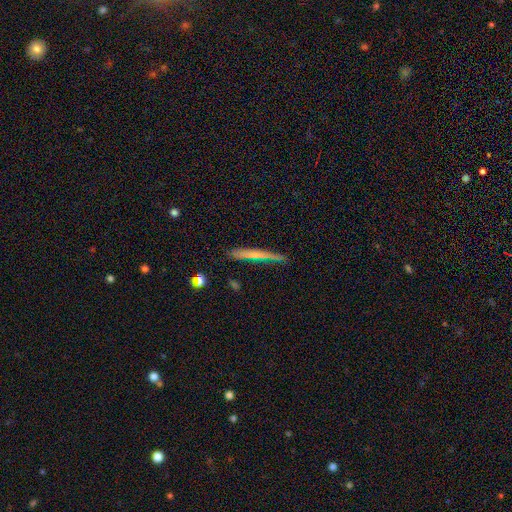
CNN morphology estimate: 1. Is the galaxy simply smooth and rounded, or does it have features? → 54% smooth, 40% featured or disk, 7% star or artifact.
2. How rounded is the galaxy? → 96% cigar-shaped, 2% in between, 1% round.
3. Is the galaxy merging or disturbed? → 78% none, 17% minor disturbance, 3% major disturbance, 2% merger.